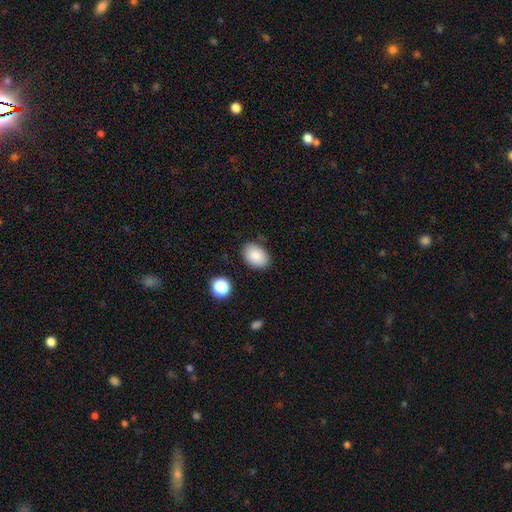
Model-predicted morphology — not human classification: This is clearly a smooth galaxy (86%). How rounded: clearly in between (82%). Merging: clearly none (84%).